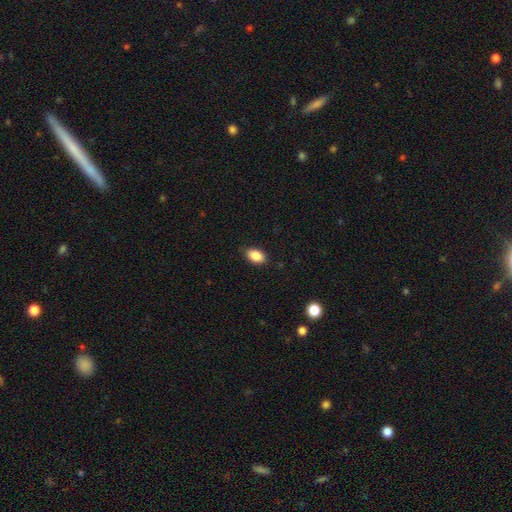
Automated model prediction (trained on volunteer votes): A smooth galaxy with no disk features (87%) that is in between round and cigar-shaped (90%). Merging: none (85%).